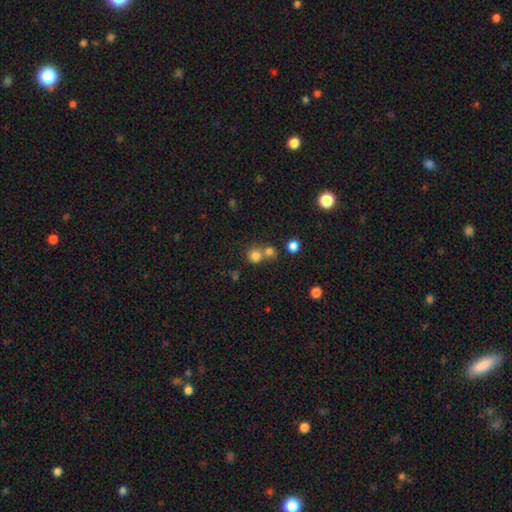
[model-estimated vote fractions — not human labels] Smooth or featured? Predicted: smooth (p=0.77). How rounded? Predicted: round (p=0.88). Merging? Predicted: none (p=0.51).